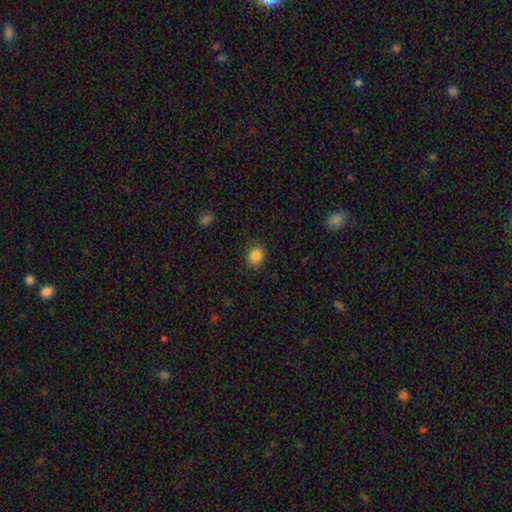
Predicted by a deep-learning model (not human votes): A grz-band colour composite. It shows a smooth galaxy with no disk features (85%) that is round (69%). Merging: none (88%).